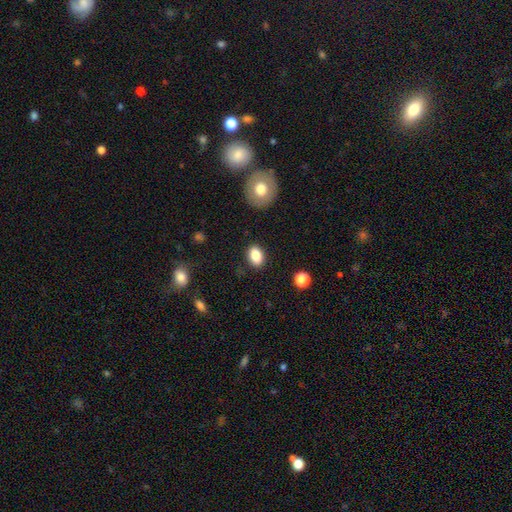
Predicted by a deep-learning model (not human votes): Q: Smooth or featured?
A: smooth (85%); runner-up: star or artifact (8%)
Q: How rounded?
A: in between (81%); runner-up: round (18%)
Q: Merging?
A: none (86%); runner-up: minor disturbance (10%)